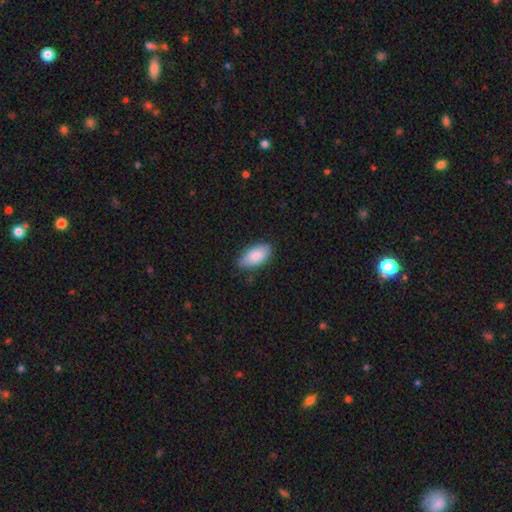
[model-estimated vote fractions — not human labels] smooth-or-featured: smooth: 85% | featured or disk: 9% | star or artifact: 6%
  how-rounded: in between: 94% | cigar-shaped: 4% | round: 2%
  merging: none: 81% | minor disturbance: 16% | major disturbance: 3% | merger: 1%